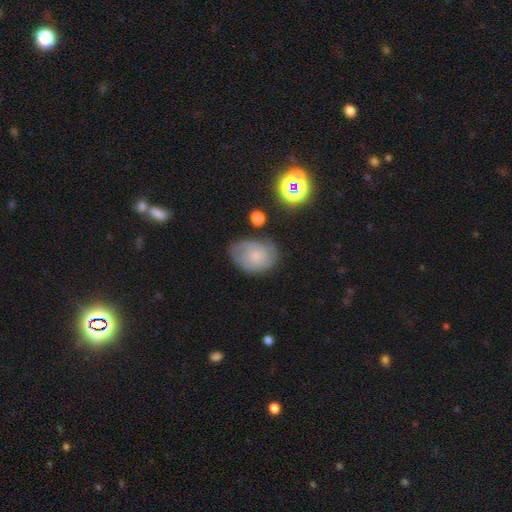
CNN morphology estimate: Q: Smooth or featured?
A: featured or disk (54%); runner-up: smooth (36%)
Q: Edge-on disk?
A: no (97%); runner-up: yes (3%)
Q: Bar?
A: no (79%); runner-up: weak (19%)
Q: Spiral arms?
A: yes (82%); runner-up: no (18%)
Q: Bulge size?
A: small (69%); runner-up: moderate (20%)
Q: Merging?
A: none (63%); runner-up: minor disturbance (25%)